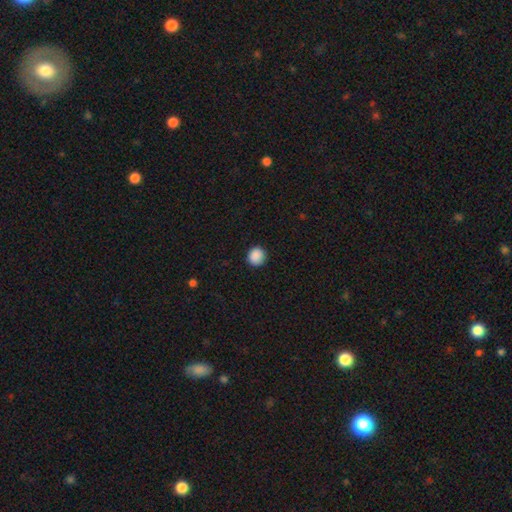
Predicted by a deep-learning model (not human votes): Morphology: type=smooth (89%); roundness=round (89%); merging=none (91%).